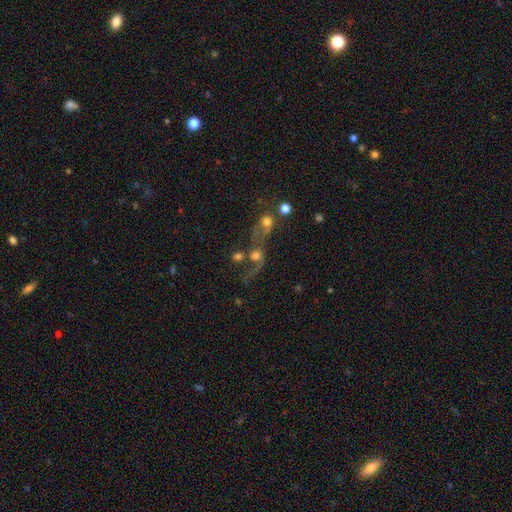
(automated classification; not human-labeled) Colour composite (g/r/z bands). It shows a smooth galaxy with no disk features (50%). Merging: merger (54%).